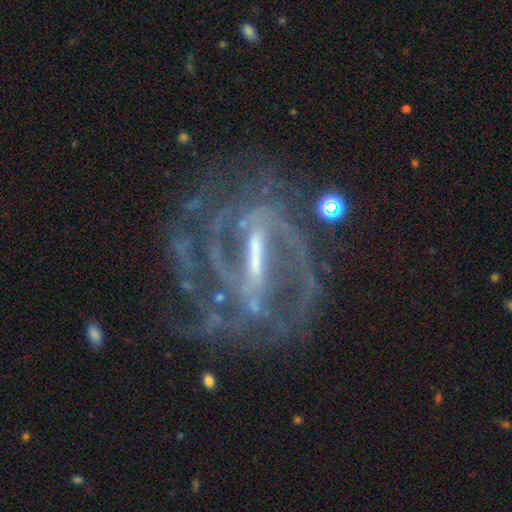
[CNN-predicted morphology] Smooth or featured: featured or disk — 90% (star or artifact — 7%)
Edge-on disk: no — 96% (yes — 4%)
Bar: strong — 71% (weak — 22%)
Spiral arms: yes — 96% (no — 4%)
Spiral winding: medium — 45% (tight — 41%)
Spiral arm count: 2 — 44% (can't tell — 17%)
Bulge size: small — 50% (moderate — 28%)
Merging: none — 59% (minor disturbance — 19%)